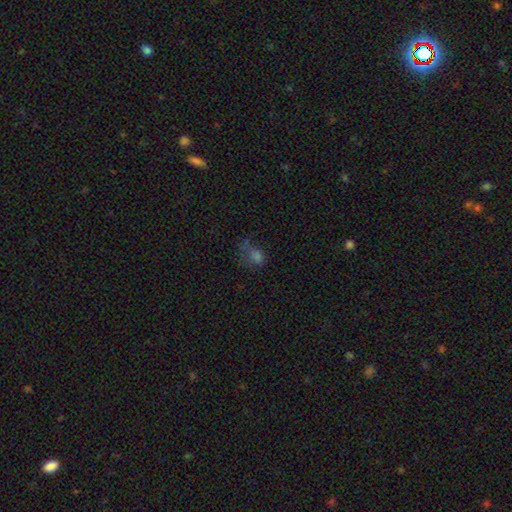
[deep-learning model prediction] Q: Smooth or featured?
A: smooth (52%); runner-up: star or artifact (31%)
Q: How rounded?
A: in between (67%); runner-up: round (29%)
Q: Merging?
A: none (39%); runner-up: major disturbance (31%)